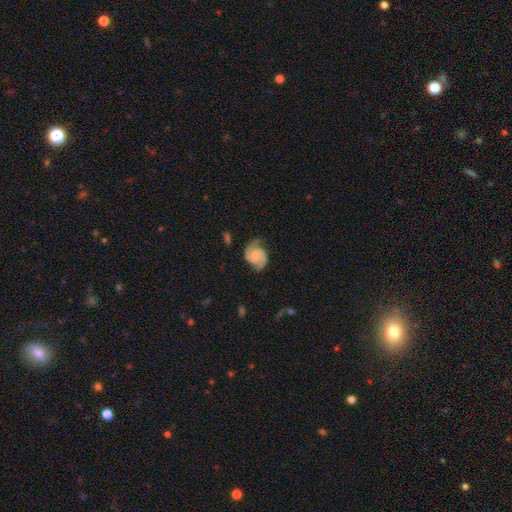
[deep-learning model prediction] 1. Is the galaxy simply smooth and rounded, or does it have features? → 85% featured or disk, 10% smooth, 5% star or artifact.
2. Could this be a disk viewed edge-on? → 98% no, 2% yes.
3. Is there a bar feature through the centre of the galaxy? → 60% no, 33% weak, 6% strong.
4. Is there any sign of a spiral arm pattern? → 97% yes, 3% no.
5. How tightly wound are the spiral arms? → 47% medium, 41% tight, 12% loose.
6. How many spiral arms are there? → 91% 2, 3% can't tell, 2% 1, 2% 3, 1% 4, 1% more than 4.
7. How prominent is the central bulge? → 44% small, 37% moderate, 14% none, 3% large, 1% dominant.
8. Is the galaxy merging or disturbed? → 71% none, 21% minor disturbance, 7% major disturbance, 2% merger.